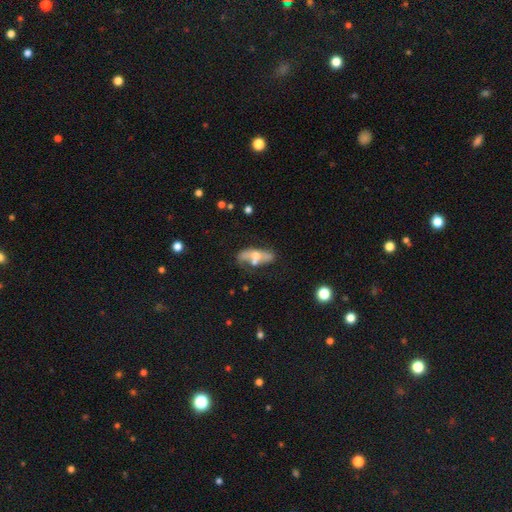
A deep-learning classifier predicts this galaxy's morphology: The model was most divided on "smooth or featured": featured or disk: 51%, smooth: 42%, star or artifact: 7%. Remaining: edge-on disk — no (68%); merging — none (41%).